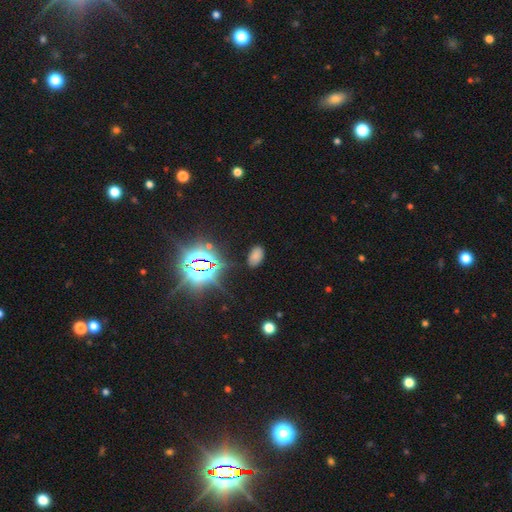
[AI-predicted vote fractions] Morphology: type=smooth (63%); roundness=in between (93%); merging=none (82%).